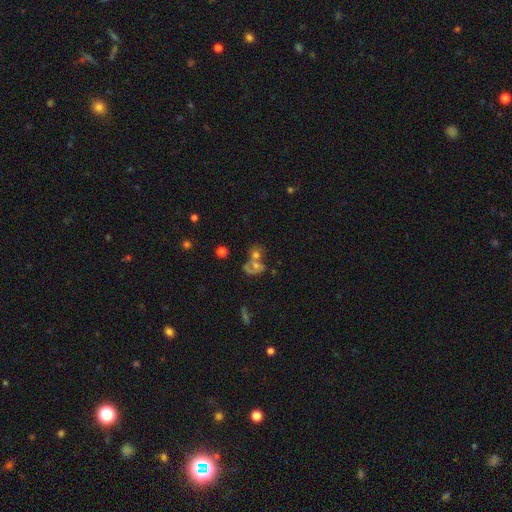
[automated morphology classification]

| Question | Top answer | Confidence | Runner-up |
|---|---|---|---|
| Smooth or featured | smooth | 41% | featured or disk (39%) |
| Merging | merger | 51% | none (28%) |